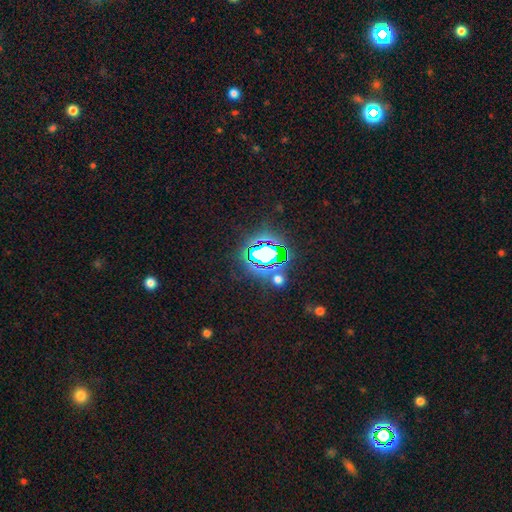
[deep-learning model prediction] Q: Smooth or featured?
A: star or artifact (82%); runner-up: smooth (12%)